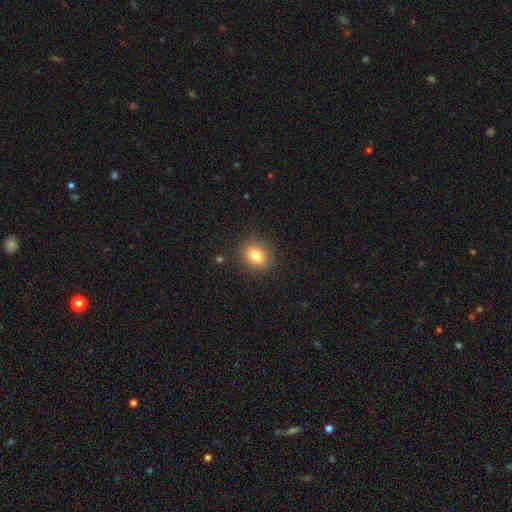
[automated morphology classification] Smooth or featured?
  - smooth: 81% *
  - star or artifact: 11%
  - featured or disk: 9%
How rounded?
  - round: 58% *
  - in between: 41%
  - cigar-shaped: 1%
Merging?
  - none: 87% *
  - minor disturbance: 9%
  - major disturbance: 3%
  - merger: 1%